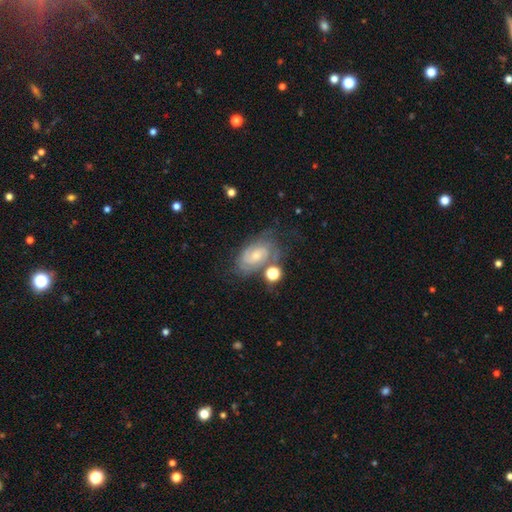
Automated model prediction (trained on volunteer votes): A featured or disk galaxy (79%) with no bar (61%), 2 (47%) tight (64%) spiral arms (95%) and a small central bulge (60%). Merging: none (58%).